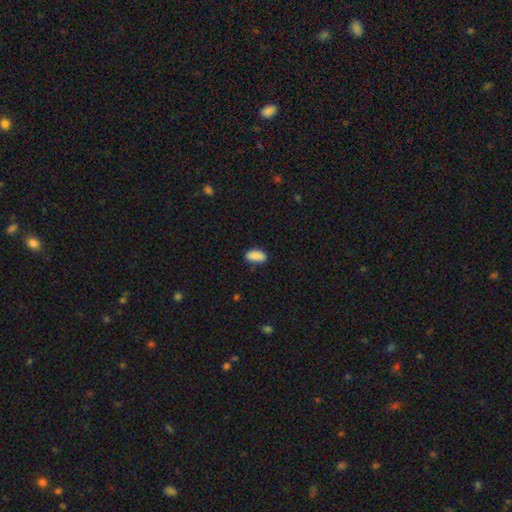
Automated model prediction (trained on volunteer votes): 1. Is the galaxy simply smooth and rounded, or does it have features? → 89% smooth, 7% star or artifact, 3% featured or disk.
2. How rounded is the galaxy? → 92% in between, 4% cigar-shaped, 3% round.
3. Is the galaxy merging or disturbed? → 80% none, 15% minor disturbance, 3% major disturbance, 2% merger.